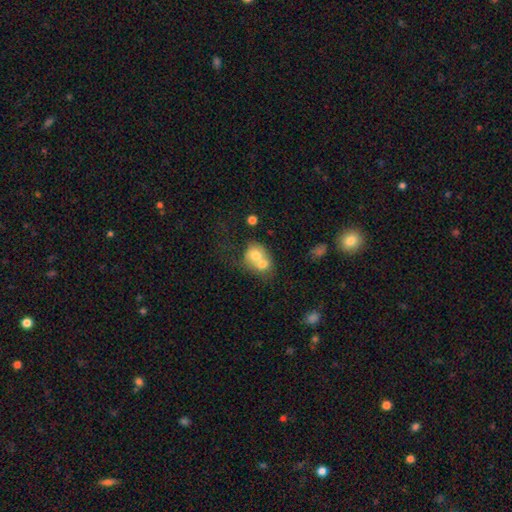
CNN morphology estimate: smooth_or_featured: smooth (p=0.66) [alt: featured or disk p=0.25]
how_rounded: round (p=0.63) [alt: in between p=0.36]
merging: merger (p=0.71) [alt: none p=0.19]